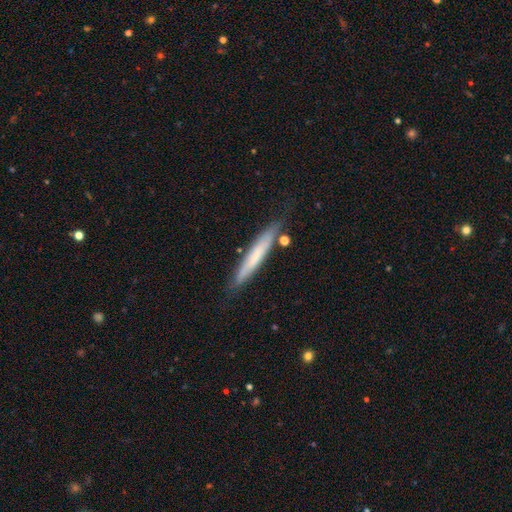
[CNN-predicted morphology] This appears to be a smooth galaxy with no disk features (59%) that is cigar-shaped (94%). Merging: none (79%).